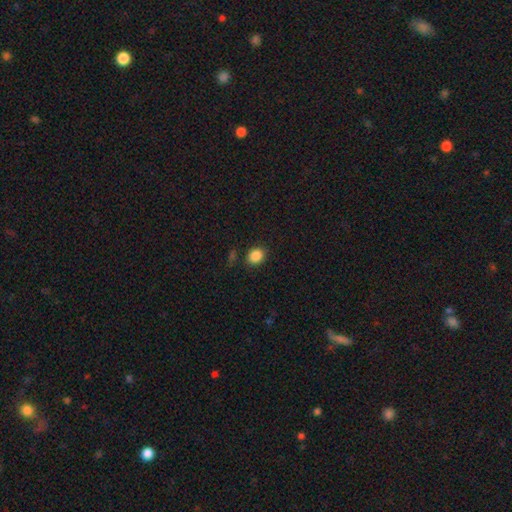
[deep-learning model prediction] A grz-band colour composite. It shows a smooth galaxy with no disk features (87%) that is round (53%). Merging: none (86%).